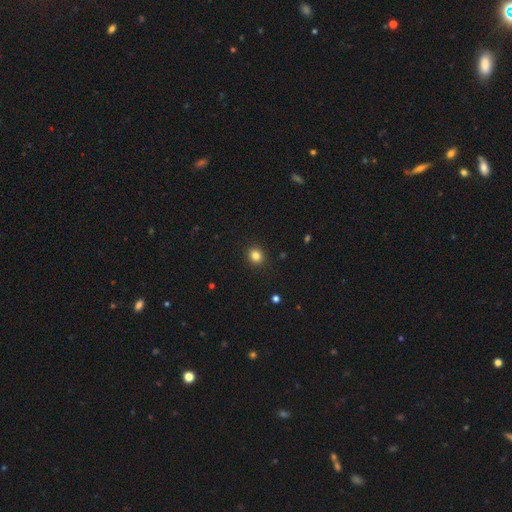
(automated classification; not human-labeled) Smooth or featured? Predicted: smooth (p=0.82). How rounded? Predicted: round (p=0.81). Merging? Predicted: none (p=0.91).